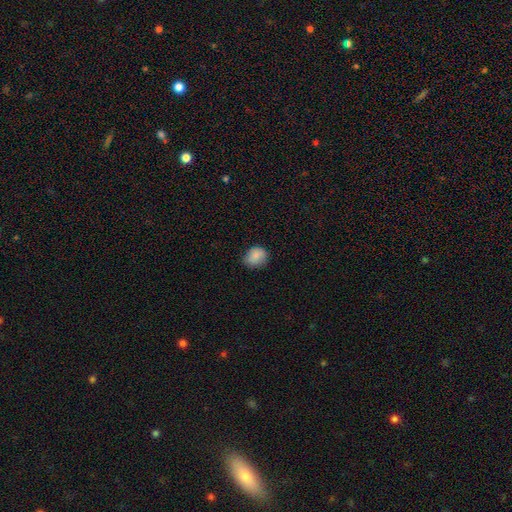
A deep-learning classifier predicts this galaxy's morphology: Smooth or featured: smooth — 85% (star or artifact — 8%)
How rounded: round — 63% (in between — 36%)
Merging: none — 75% (minor disturbance — 21%)